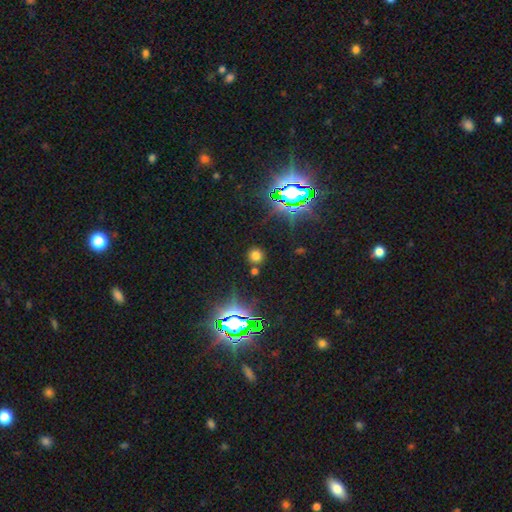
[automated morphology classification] Overall: smooth (59%; star or artifact 34%). How rounded: round (92%). Merging: none (83%).